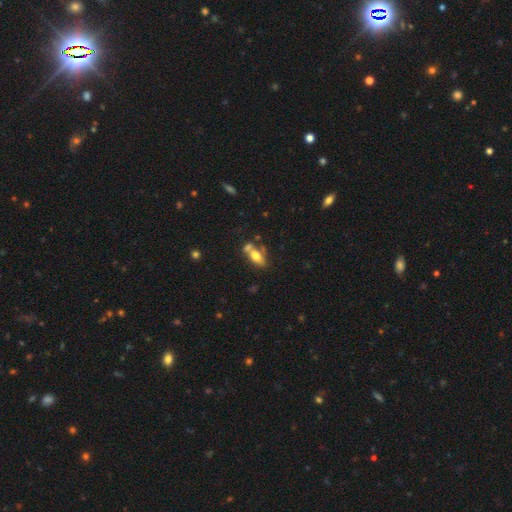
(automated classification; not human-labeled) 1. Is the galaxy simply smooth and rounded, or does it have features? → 67% smooth, 24% featured or disk, 9% star or artifact.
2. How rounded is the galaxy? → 83% in between, 10% cigar-shaped, 7% round.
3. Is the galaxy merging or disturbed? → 41% none, 36% merger, 15% minor disturbance, 7% major disturbance.